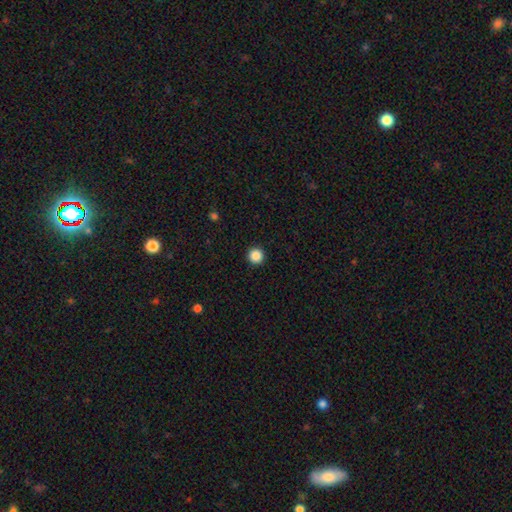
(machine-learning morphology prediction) Smooth or featured? Predicted: smooth (p=0.87). How rounded? Predicted: round (p=0.97). Merging? Predicted: none (p=0.94).